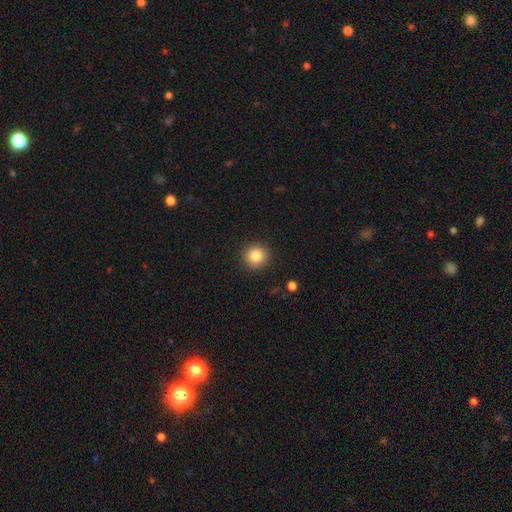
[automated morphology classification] This appears to be a smooth galaxy with no disk features (85%) that is round (93%). Merging: none (91%).